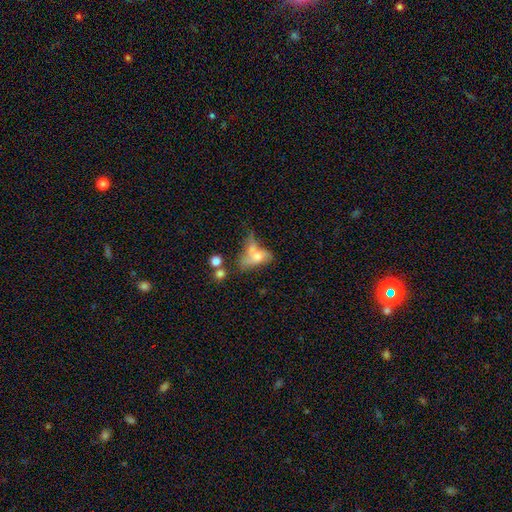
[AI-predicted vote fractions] Smooth or featured: smooth — 54% (featured or disk — 35%)
How rounded: in between — 77% (round — 13%)
Merging: merger — 39% (major disturbance — 25%)